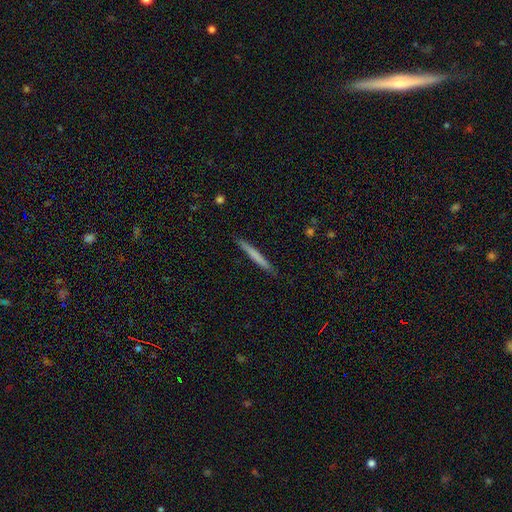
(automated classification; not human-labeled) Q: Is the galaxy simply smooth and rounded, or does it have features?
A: smooth — 68%.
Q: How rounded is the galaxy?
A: cigar-shaped — 97%.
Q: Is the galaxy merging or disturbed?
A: none — 89%.